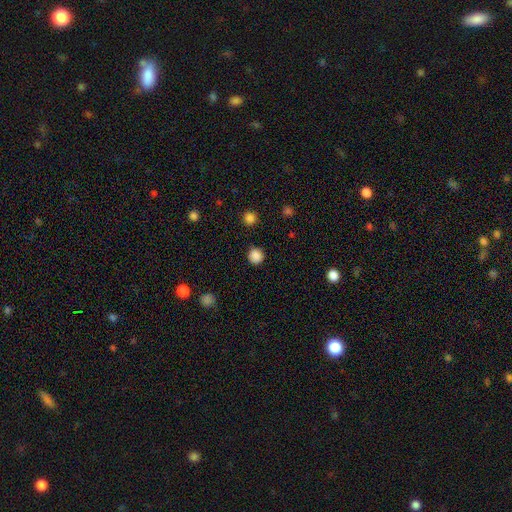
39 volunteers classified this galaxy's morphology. Smooth or featured?
  - smooth: 87% *
  - featured or disk: 8%
  - star or artifact: 5%
How rounded?
  - round: 94% *
  - in between: 6%
  - cigar-shaped: 0%
Merging?
  - none: 86% *
  - minor disturbance: 11%
  - major disturbance: 3%
  - merger: 0%